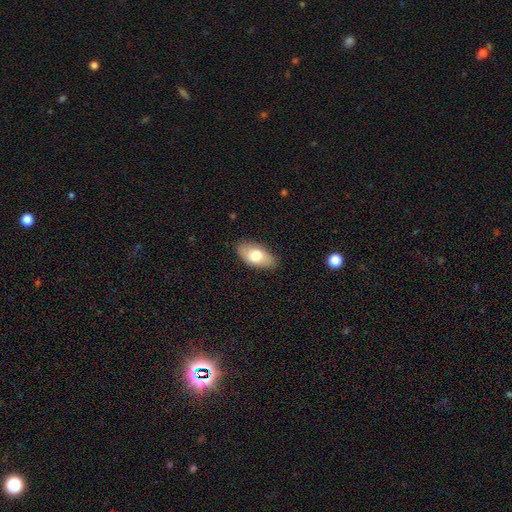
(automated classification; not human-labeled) A smooth galaxy with no disk features (71%) that is in between round and cigar-shaped (92%). Merging: none (86%).